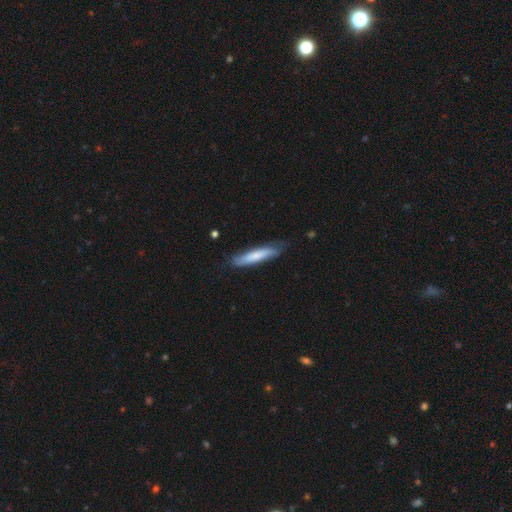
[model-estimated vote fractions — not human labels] Smooth or featured?
  - smooth: 70% *
  - featured or disk: 25%
  - star or artifact: 5%
How rounded?
  - cigar-shaped: 87% *
  - in between: 12%
  - round: 1%
Merging?
  - none: 73% *
  - minor disturbance: 21%
  - major disturbance: 4%
  - merger: 2%